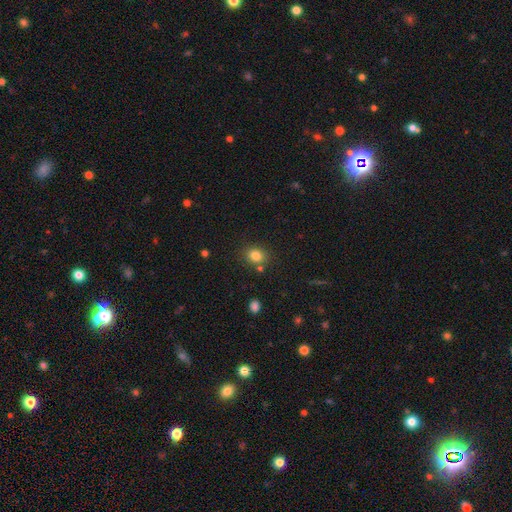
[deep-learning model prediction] smooth 82%, star or artifact 12%, featured or disk 6%. Down the decision tree: how rounded — round (63%); merging — none (80%).